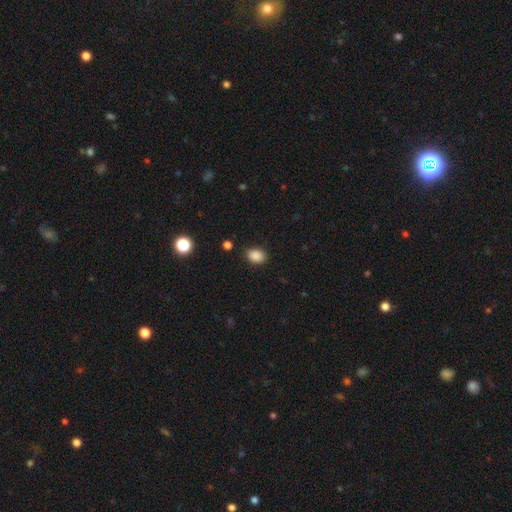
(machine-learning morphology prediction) This appears to be a smooth galaxy with no disk features (87%) that is in between round and cigar-shaped (72%). Merging: none (84%).